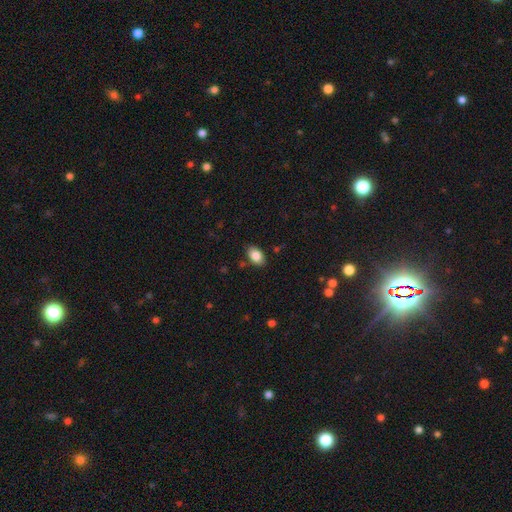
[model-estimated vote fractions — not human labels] Smooth or featured: smooth — 85% (star or artifact — 8%)
How rounded: in between — 89% (round — 10%)
Merging: none — 85% (minor disturbance — 11%)